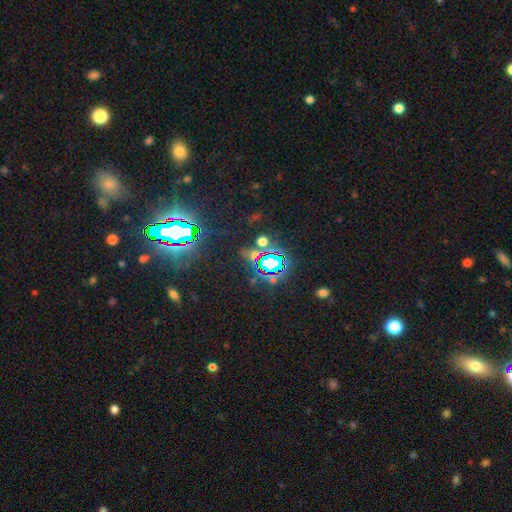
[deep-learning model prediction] Smooth or featured: star or artifact — 71% (smooth — 20%)